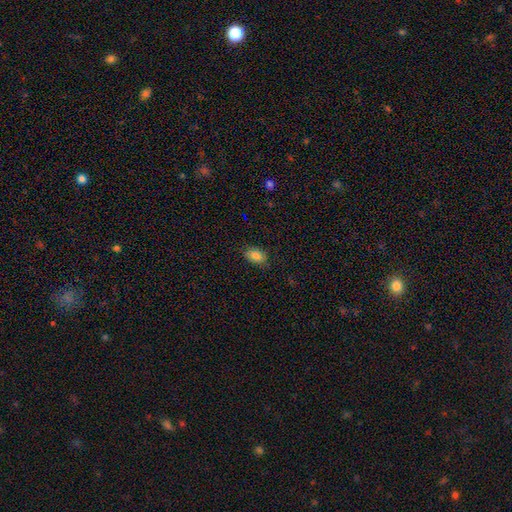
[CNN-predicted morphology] smooth-or-featured: smooth: 82% | star or artifact: 9% | featured or disk: 9%
  how-rounded: in between: 87% | round: 11% | cigar-shaped: 2%
  merging: none: 81% | minor disturbance: 15% | major disturbance: 3% | merger: 1%